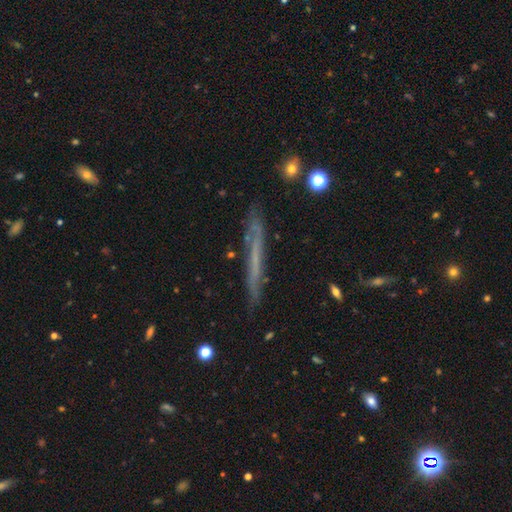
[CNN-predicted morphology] Smooth or featured: featured or disk — 51% (smooth — 40%)
Edge-on disk: yes — 88% (no — 12%)
Merging: none — 80% (minor disturbance — 14%)